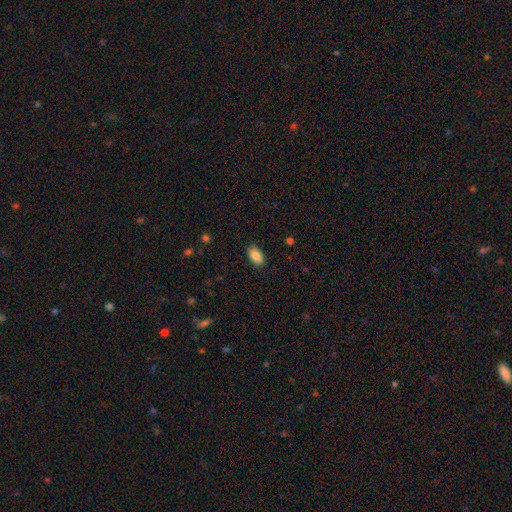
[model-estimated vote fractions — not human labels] This is clearly a smooth galaxy (86%). How rounded: clearly in between (92%). Merging: clearly none (87%).